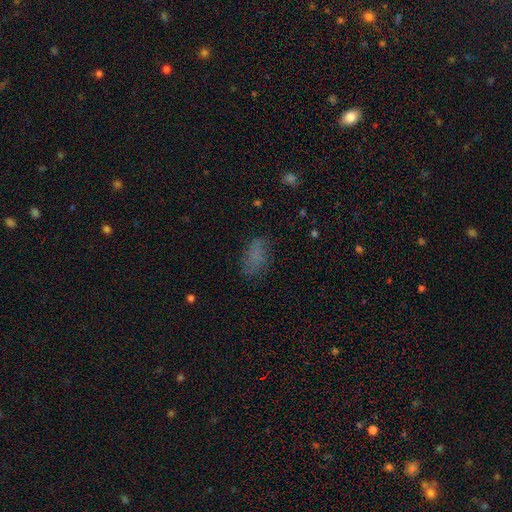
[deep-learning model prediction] Smooth or featured: smooth — 71% (star or artifact — 15%)
How rounded: in between — 89% (round — 7%)
Merging: none — 66% (minor disturbance — 21%)